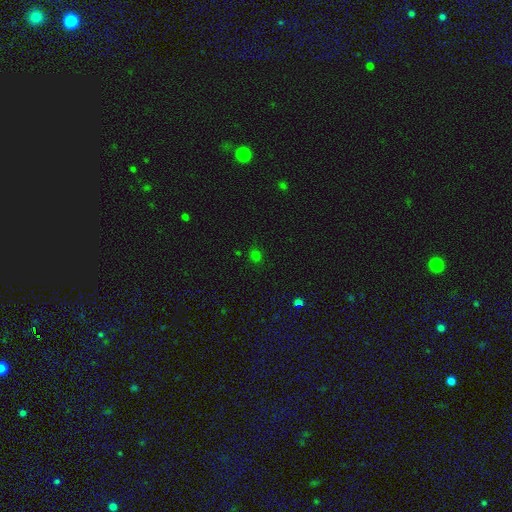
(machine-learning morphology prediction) smooth 68%, star or artifact 28%, featured or disk 4%. Down the decision tree: how rounded — round (67%); merging — none (83%).